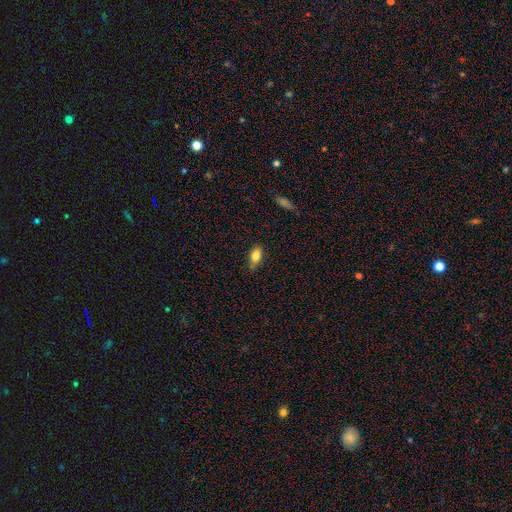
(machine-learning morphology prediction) Smooth or featured: smooth — 82% (featured or disk — 10%)
How rounded: in between — 84% (round — 11%)
Merging: none — 67% (minor disturbance — 26%)